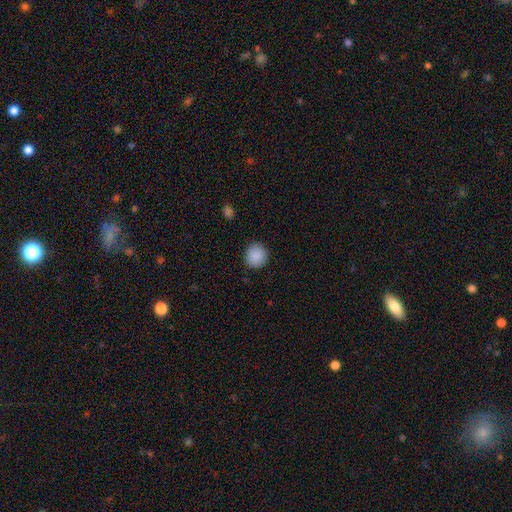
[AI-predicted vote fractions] smooth_or_featured: smooth (p=0.88) [alt: star or artifact p=0.08]
how_rounded: round (p=0.89) [alt: in between p=0.10]
merging: none (p=0.89) [alt: minor disturbance p=0.07]